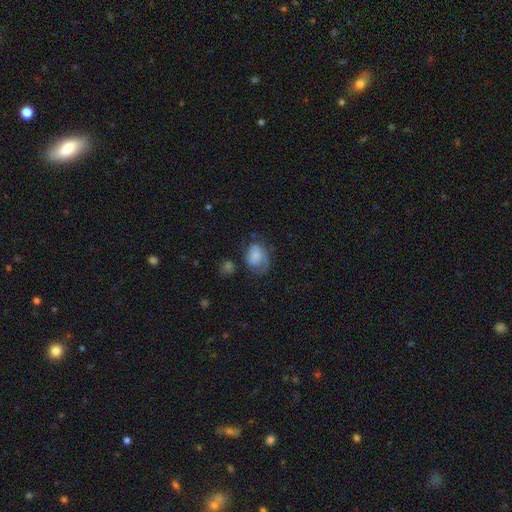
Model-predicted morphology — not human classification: A smooth galaxy with no disk features (66%) that is in between round and cigar-shaped (58%). Merging: none (41%).